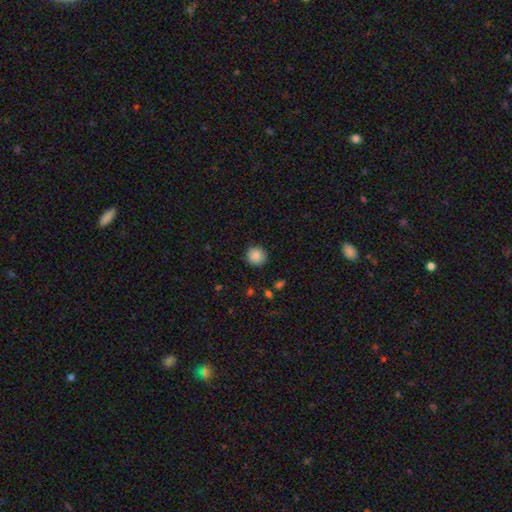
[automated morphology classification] This appears to be a smooth galaxy with no disk features (87%) that is round (92%). Merging: none (89%).